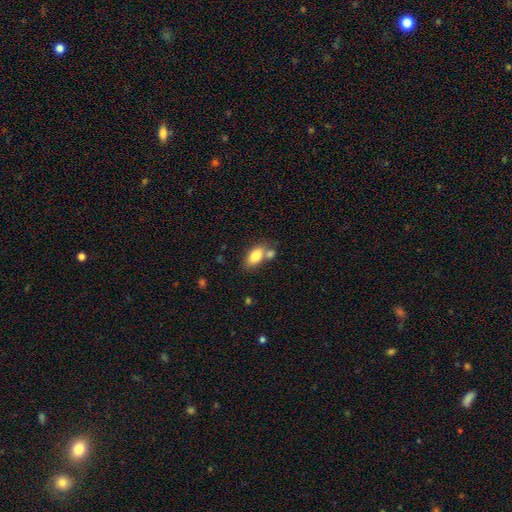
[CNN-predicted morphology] Smooth or featured? Predicted: smooth (p=0.81). How rounded? Predicted: in between (p=0.89). Merging? Predicted: none (p=0.52).